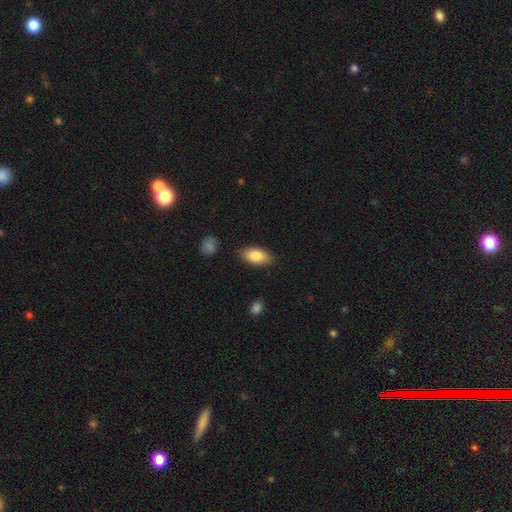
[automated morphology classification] Smooth or featured? smooth (84%)
How rounded? in between (91%)
Merging? none (84%)